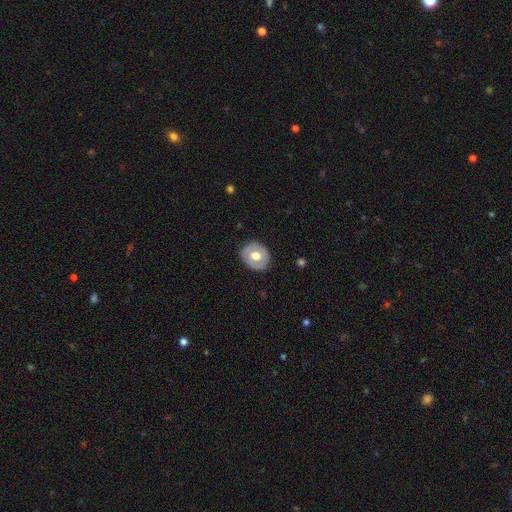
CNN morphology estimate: This is possibly a smooth galaxy (55%). How rounded: likely round (69%). Merging: clearly none (85%).